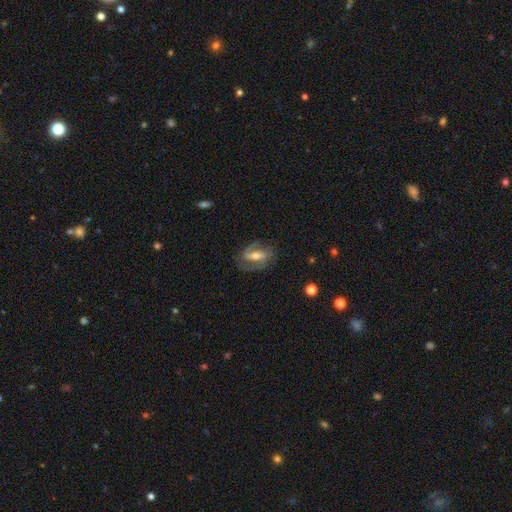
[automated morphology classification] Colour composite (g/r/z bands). It shows a featured or disk galaxy (80%) with a strong bar (45%), 2 (80%) medium (47%) spiral arms (90%) and a moderate central bulge (60%). Merging: none (73%).